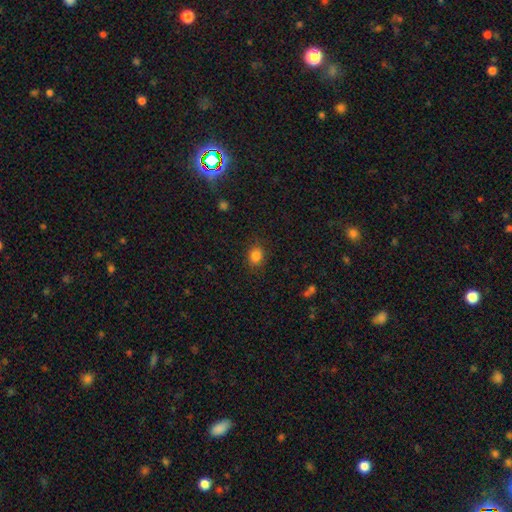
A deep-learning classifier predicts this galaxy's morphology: The model was most divided on "how rounded": round: 53%, in between: 45%, cigar-shaped: 1%. More confident: merging — none (85%); smooth or featured — smooth (84%).